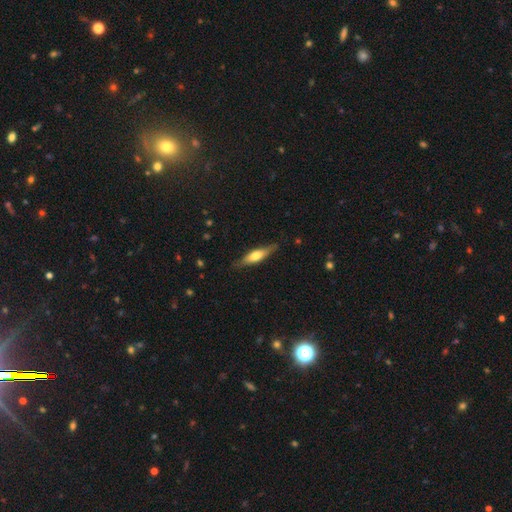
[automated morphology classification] A smooth galaxy with no disk features (49%).

Vote fractions:
- Smooth or featured? smooth: 49% / featured or disk: 46% / star or artifact: 6%
- Merging? none: 82% / minor disturbance: 14% / major disturbance: 3% / merger: 1%